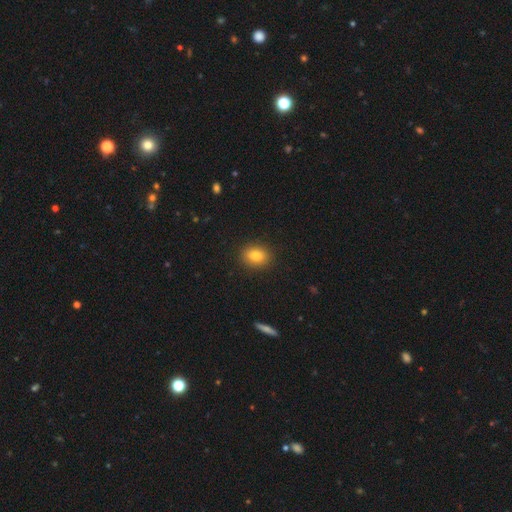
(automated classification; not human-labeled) A smooth galaxy with no disk features (83%) that is in between round and cigar-shaped (58%).

Vote fractions:
- Smooth or featured? smooth: 83% / star or artifact: 10% / featured or disk: 7%
- How rounded? in between: 58% / round: 41% / cigar-shaped: 1%
- Merging? none: 89% / minor disturbance: 7% / major disturbance: 2% / merger: 1%